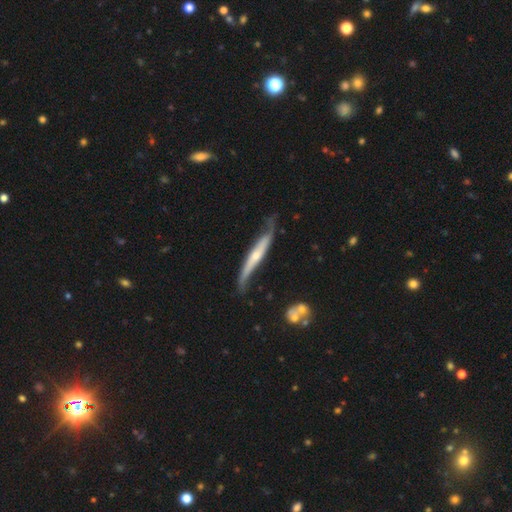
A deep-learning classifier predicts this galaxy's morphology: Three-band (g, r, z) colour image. It shows a featured or disk galaxy (71%) viewed edge-on (71%) with a rounded central bulge (65%). Merging: none (51%).